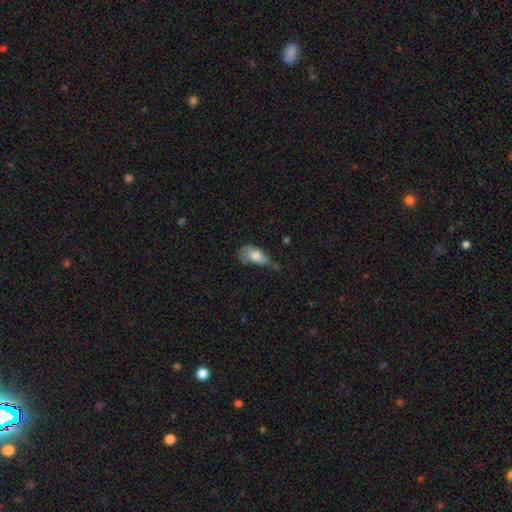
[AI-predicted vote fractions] Smooth or featured: smooth — 72% (featured or disk — 19%)
How rounded: in between — 86% (round — 8%)
Merging: minor disturbance — 37% (major disturbance — 33%)